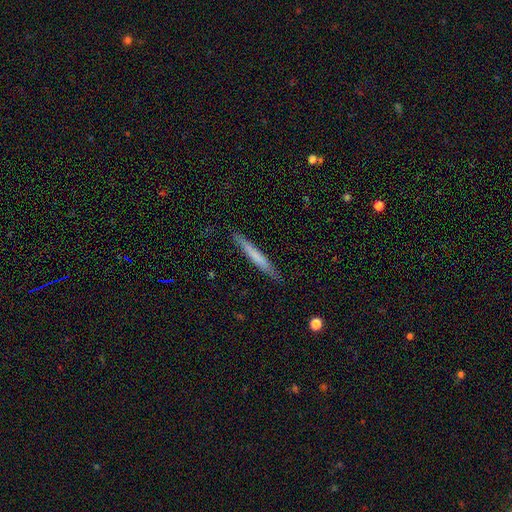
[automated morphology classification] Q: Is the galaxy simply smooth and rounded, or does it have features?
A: smooth — 61%.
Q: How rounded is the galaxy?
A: cigar-shaped — 96%.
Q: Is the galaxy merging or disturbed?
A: none — 86%.